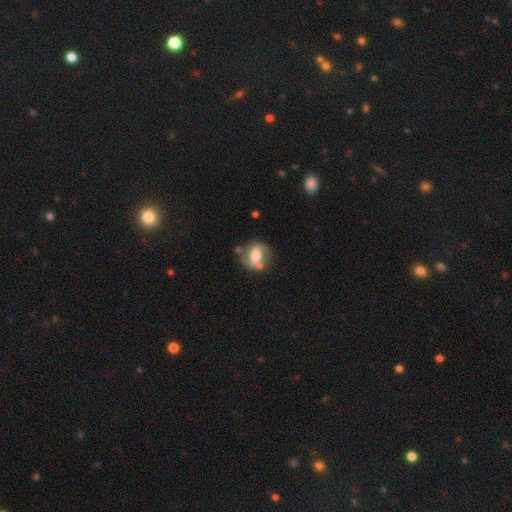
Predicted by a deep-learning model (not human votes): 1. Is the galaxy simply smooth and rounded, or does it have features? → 63% featured or disk, 30% smooth, 7% star or artifact.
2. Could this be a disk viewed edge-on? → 93% no, 7% yes.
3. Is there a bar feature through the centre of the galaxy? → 35% weak, 34% strong, 30% no.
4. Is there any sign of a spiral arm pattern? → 67% yes, 33% no.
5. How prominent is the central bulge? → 64% moderate, 17% large, 15% small, 2% none, 2% dominant.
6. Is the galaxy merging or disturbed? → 58% none, 20% minor disturbance, 11% merger, 10% major disturbance.